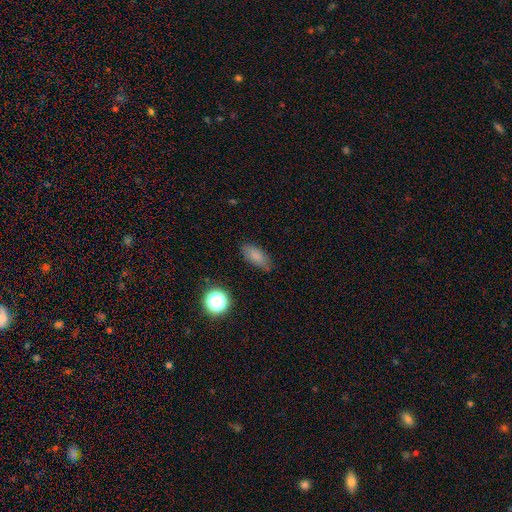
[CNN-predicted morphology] Smooth or featured? Predicted: smooth (p=0.81). How rounded? Predicted: in between (p=0.82). Merging? Predicted: none (p=0.80).